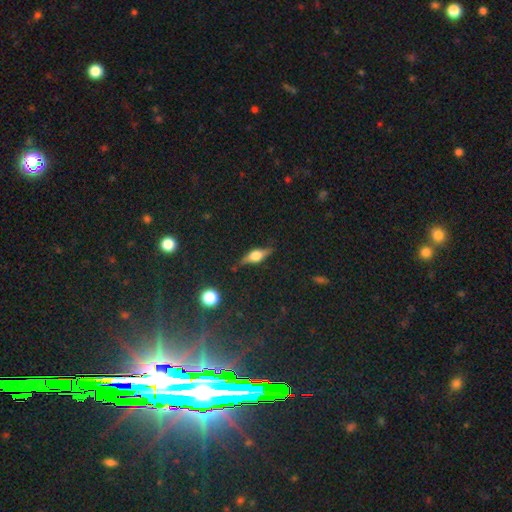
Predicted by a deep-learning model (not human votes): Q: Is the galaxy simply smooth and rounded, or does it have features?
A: featured or disk — 62%.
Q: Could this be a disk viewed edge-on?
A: yes — 93%.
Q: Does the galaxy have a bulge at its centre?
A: rounded — 90%.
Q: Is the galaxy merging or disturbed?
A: none — 81%.